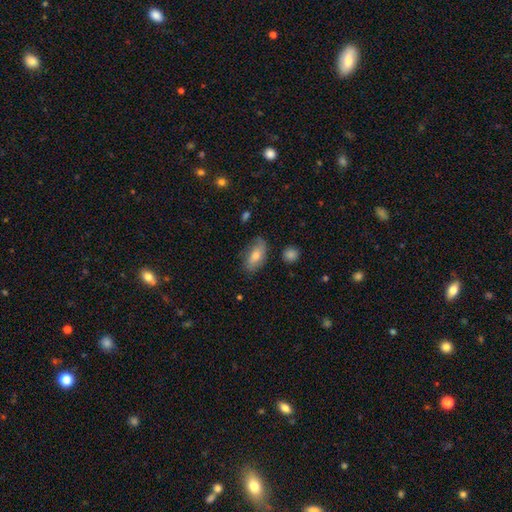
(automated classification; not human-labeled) This is likely a smooth galaxy (64%). How rounded: clearly in between (86%). Merging: likely none (71%).